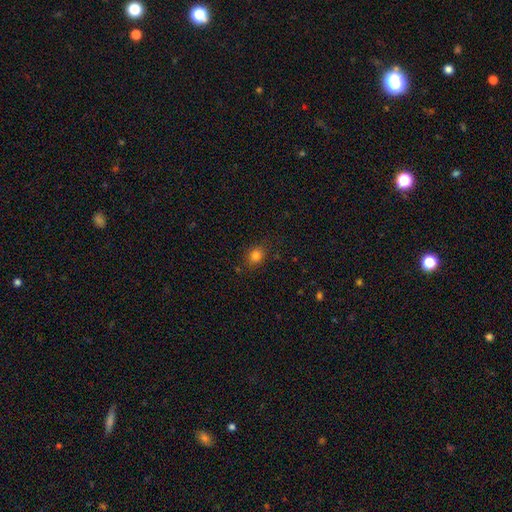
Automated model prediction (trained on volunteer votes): smooth 81%, star or artifact 13%, featured or disk 6%. Down the decision tree: how rounded — round (55%); merging — none (83%).